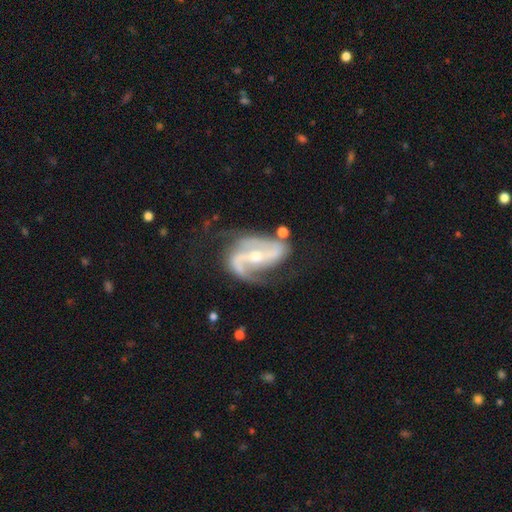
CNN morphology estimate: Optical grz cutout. It shows a featured or disk galaxy (91%) with a strong bar (50%), 2 (89%) medium (48%) spiral arms (97%) and a moderate central bulge (49%). Merging: none (59%).